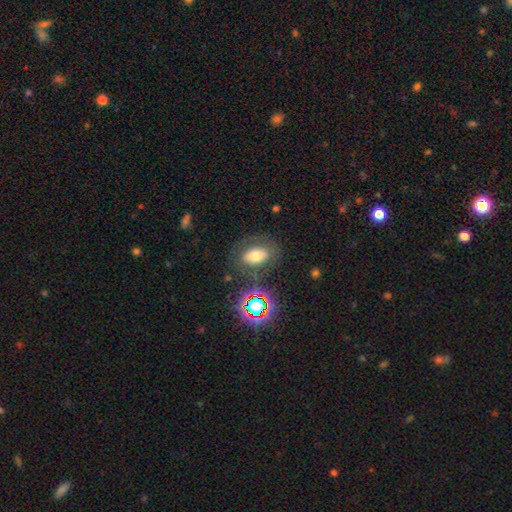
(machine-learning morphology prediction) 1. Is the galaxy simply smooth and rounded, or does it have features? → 62% smooth, 23% featured or disk, 15% star or artifact.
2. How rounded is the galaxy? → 83% in between, 15% round, 2% cigar-shaped.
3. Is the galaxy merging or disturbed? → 76% none, 13% minor disturbance, 7% major disturbance, 4% merger.